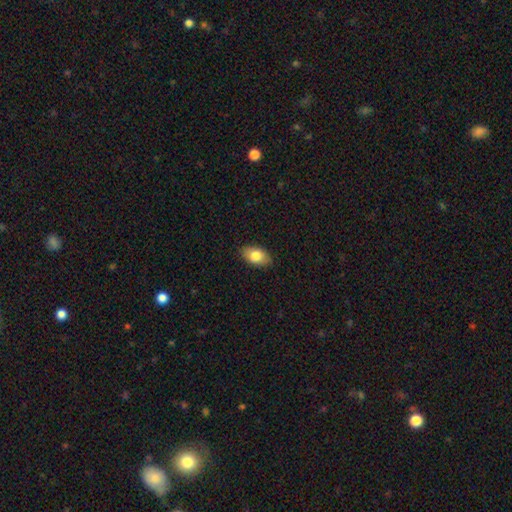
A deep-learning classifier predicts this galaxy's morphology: A smooth galaxy with no disk features (80%) that is in between round and cigar-shaped (91%).

Vote fractions:
- Smooth or featured? smooth: 80% / featured or disk: 13% / star or artifact: 7%
- How rounded? in between: 91% / round: 7% / cigar-shaped: 2%
- Merging? none: 87% / minor disturbance: 10% / major disturbance: 2% / merger: 1%